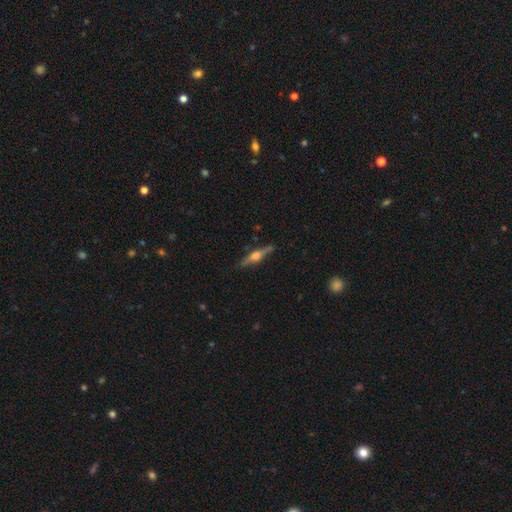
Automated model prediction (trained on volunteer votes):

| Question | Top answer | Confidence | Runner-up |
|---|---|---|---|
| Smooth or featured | featured or disk | 72% | smooth (22%) |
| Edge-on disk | yes | 97% | no (3%) |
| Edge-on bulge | rounded | 91% | boxy (7%) |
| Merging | none | 87% | minor disturbance (10%) |